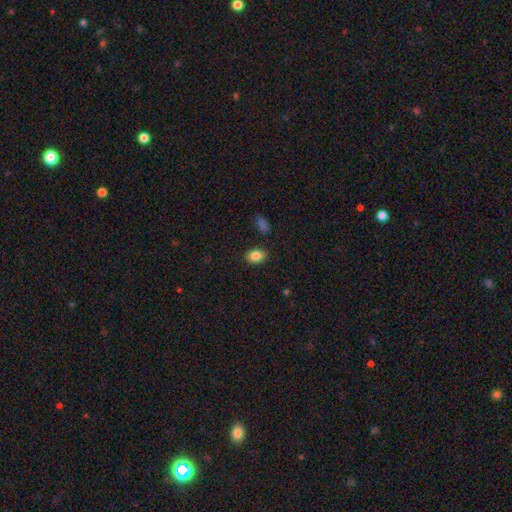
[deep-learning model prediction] Smooth or featured? smooth (85%)
How rounded? in between (84%)
Merging? none (87%)